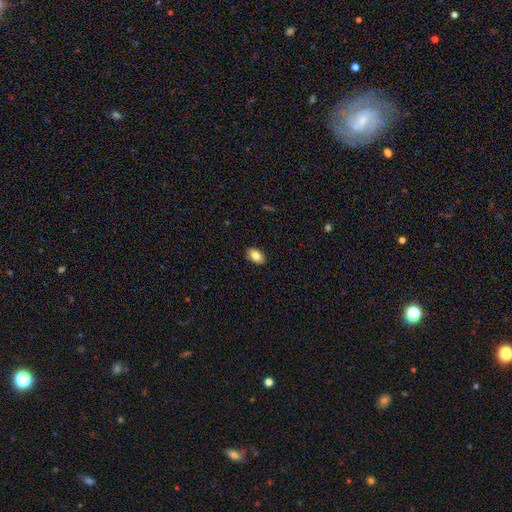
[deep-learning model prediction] Smooth or featured: smooth — 82% (featured or disk — 10%)
How rounded: in between — 89% (round — 9%)
Merging: none — 90% (minor disturbance — 8%)